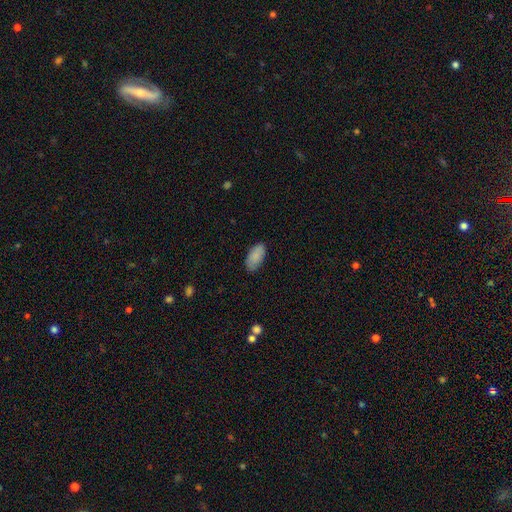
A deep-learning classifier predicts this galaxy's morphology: Smooth or featured? Predicted: smooth (p=0.87). How rounded? Predicted: in between (p=0.94). Merging? Predicted: none (p=0.86).